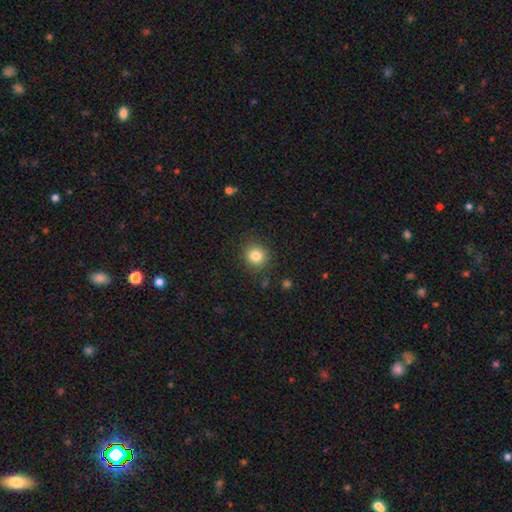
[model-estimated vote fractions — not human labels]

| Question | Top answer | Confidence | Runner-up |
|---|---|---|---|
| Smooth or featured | smooth | 83% | star or artifact (12%) |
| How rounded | round | 88% | in between (11%) |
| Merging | none | 88% | minor disturbance (8%) |